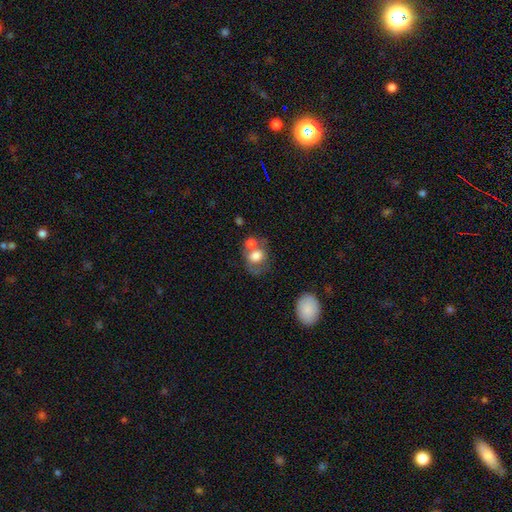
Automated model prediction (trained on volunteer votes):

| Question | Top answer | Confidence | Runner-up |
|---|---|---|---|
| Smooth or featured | smooth | 69% | featured or disk (23%) |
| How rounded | round | 50% | in between (49%) |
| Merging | merger | 43% | none (32%) |